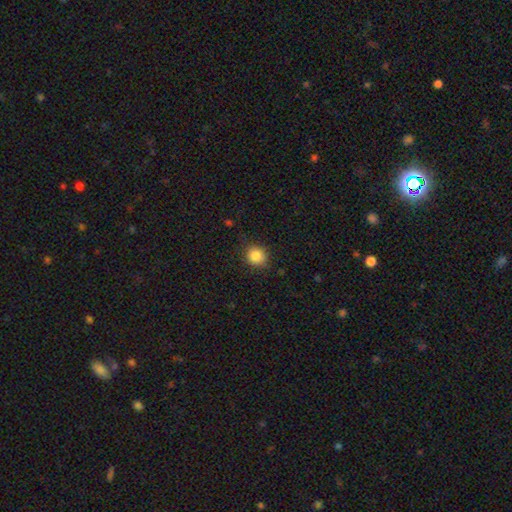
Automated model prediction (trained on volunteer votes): smooth-or-featured: smooth: 85% | star or artifact: 10% | featured or disk: 5%
  how-rounded: round: 89% | in between: 10% | cigar-shaped: 1%
  merging: none: 86% | minor disturbance: 10% | major disturbance: 3% | merger: 1%